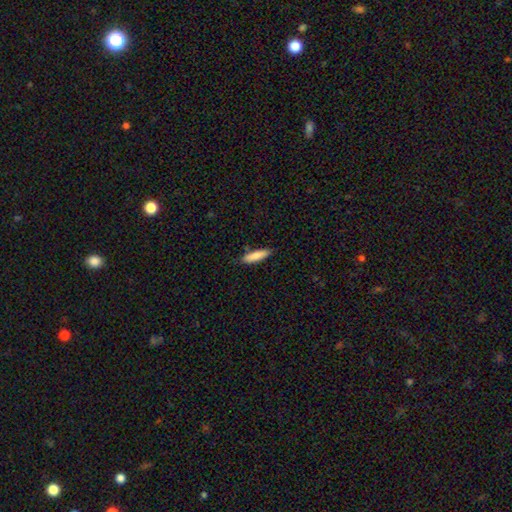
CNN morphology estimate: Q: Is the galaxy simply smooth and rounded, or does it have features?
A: smooth — 84%.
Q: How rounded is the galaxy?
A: cigar-shaped — 68%.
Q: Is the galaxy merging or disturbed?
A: none — 84%.